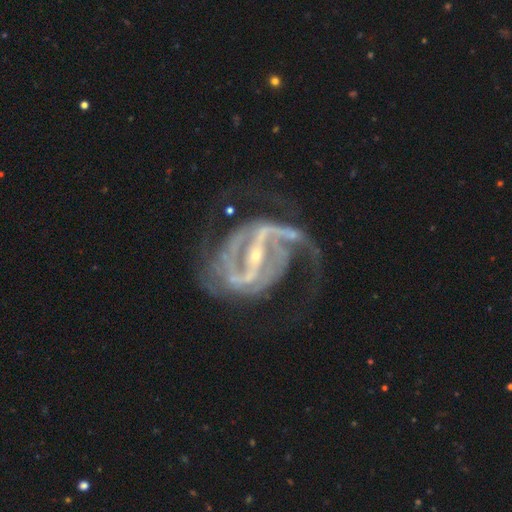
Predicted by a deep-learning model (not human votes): A featured or disk galaxy (93%) with a strong bar (78%), 2 (72%) medium (51%) spiral arms (98%) and a small central bulge (81%). Merging: none (48%).